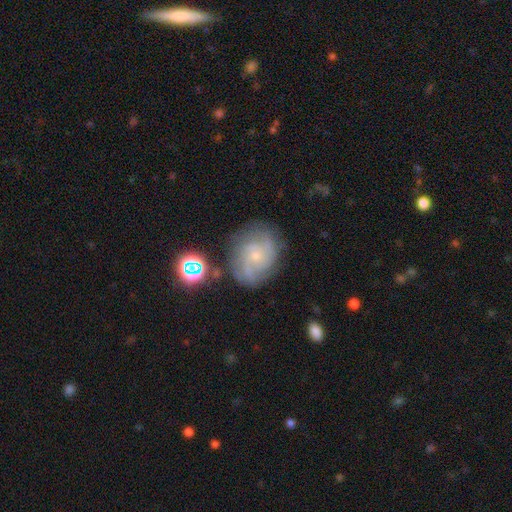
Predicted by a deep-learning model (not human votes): Smooth or featured? featured or disk (72%)
Edge-on disk? no (98%)
Bar? no (72%)
Spiral arms? yes (93%)
Spiral winding? tight (43%)
Spiral arm count? can't tell (31%)
Bulge size? small (78%)
Merging? none (69%)